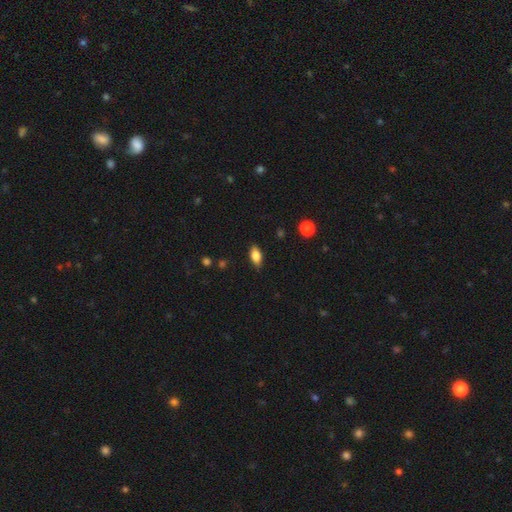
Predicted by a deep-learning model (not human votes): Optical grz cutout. It shows a smooth galaxy with no disk features (79%) that is in between round and cigar-shaped (87%). Merging: none (82%).